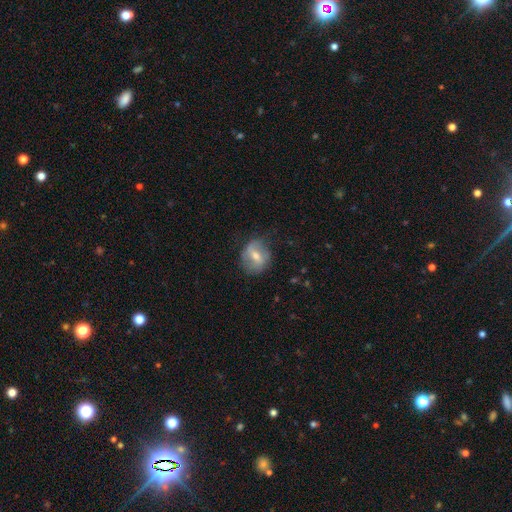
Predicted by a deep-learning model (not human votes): A featured or disk galaxy (51%). Merging: none (68%).